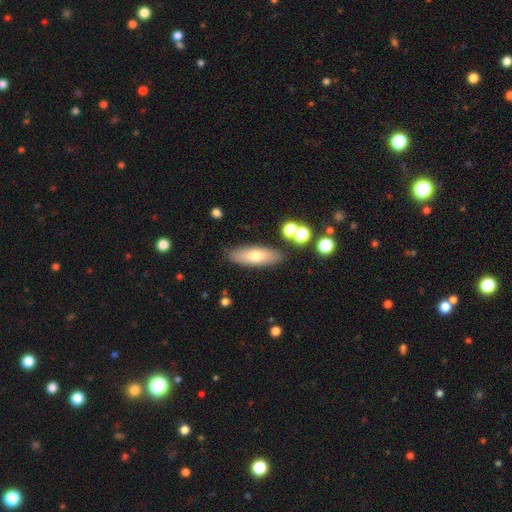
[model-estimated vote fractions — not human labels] Smooth or featured? Predicted: smooth (p=0.68). How rounded? Predicted: in between (p=0.55). Merging? Predicted: none (p=0.84).